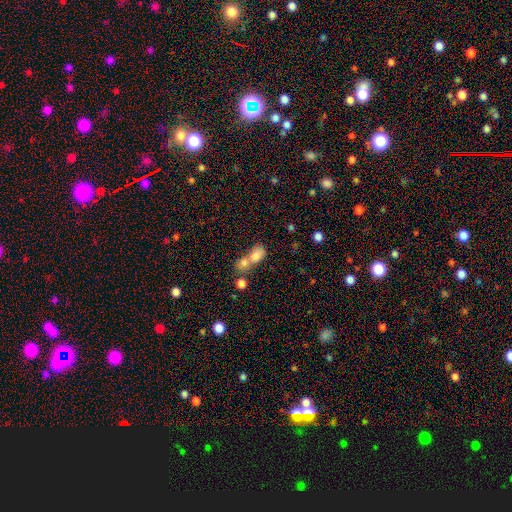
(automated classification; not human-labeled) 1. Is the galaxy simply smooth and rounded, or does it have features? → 76% smooth, 13% featured or disk, 11% star or artifact.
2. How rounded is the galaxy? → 65% in between, 32% round, 3% cigar-shaped.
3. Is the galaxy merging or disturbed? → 68% merger, 22% none, 6% minor disturbance, 4% major disturbance.